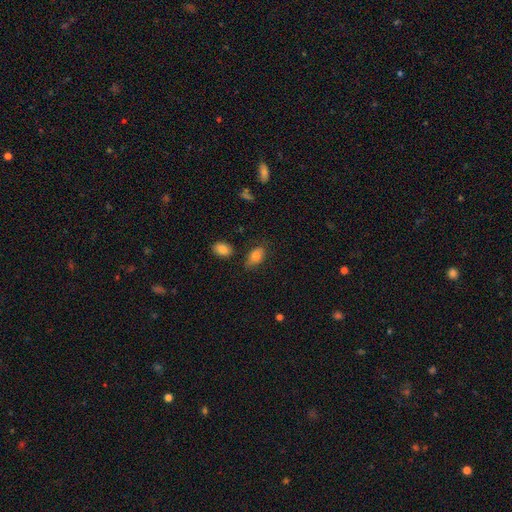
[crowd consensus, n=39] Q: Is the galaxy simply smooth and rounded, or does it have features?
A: smooth — 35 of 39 (90%).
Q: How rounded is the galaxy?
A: in between — 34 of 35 (97%).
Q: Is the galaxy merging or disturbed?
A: none — 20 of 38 (53%).